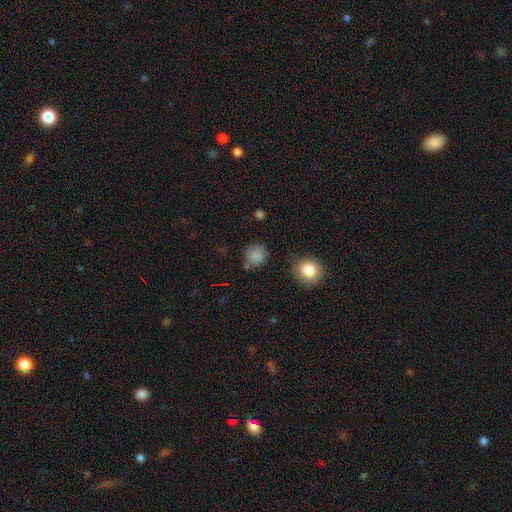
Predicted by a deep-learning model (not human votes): Overall: smooth (83%). How rounded: round (85%). Merging: none (71%).